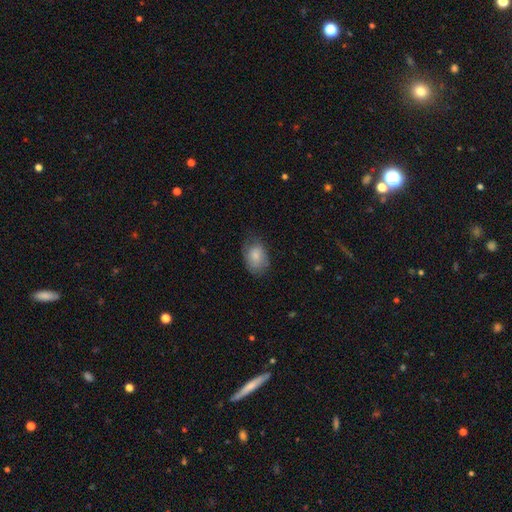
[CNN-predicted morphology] Smooth or featured: smooth — 80% (featured or disk — 13%)
How rounded: in between — 81% (round — 18%)
Merging: none — 65% (minor disturbance — 26%)